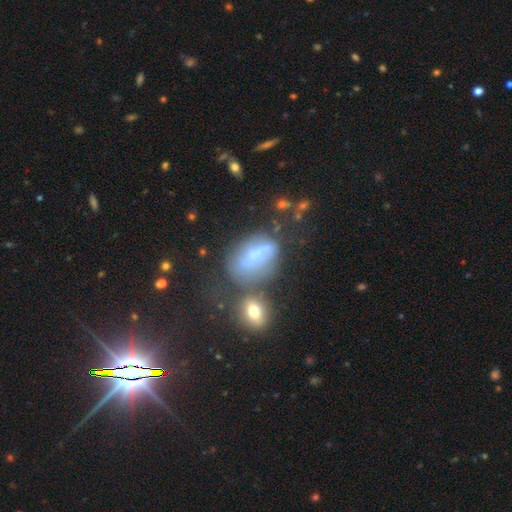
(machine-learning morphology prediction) Overall: smooth (48%; featured or disk 37%). Merging: none (37%; minor disturbance 23%).